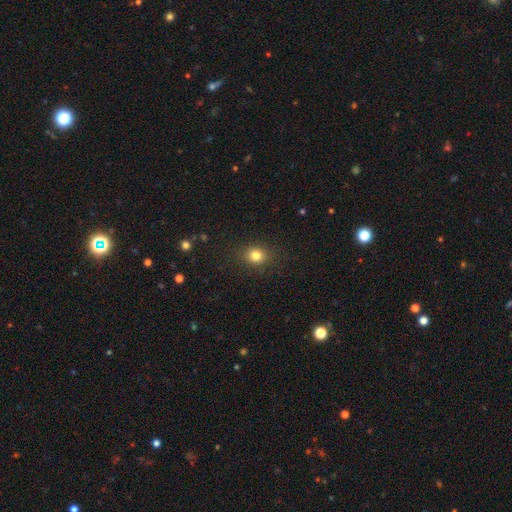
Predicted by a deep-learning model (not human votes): A smooth galaxy with no disk features (81%) that is round (76%).

Vote fractions:
- Smooth or featured? smooth: 81% / star or artifact: 13% / featured or disk: 6%
- How rounded? round: 76% / in between: 23% / cigar-shaped: 1%
- Merging? none: 88% / minor disturbance: 8% / major disturbance: 3% / merger: 1%